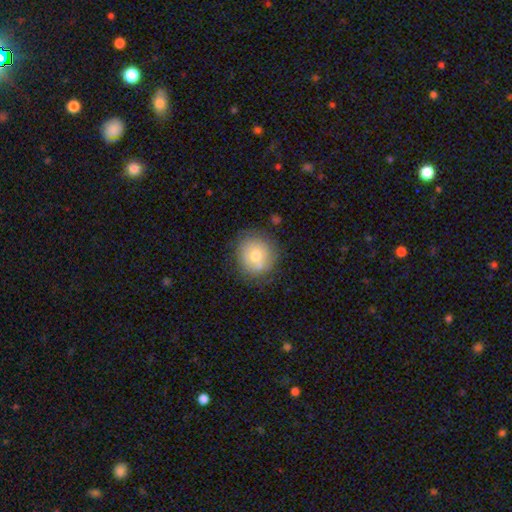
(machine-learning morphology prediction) type=smooth (68%); roundness=round (90%); merging=none (73%).